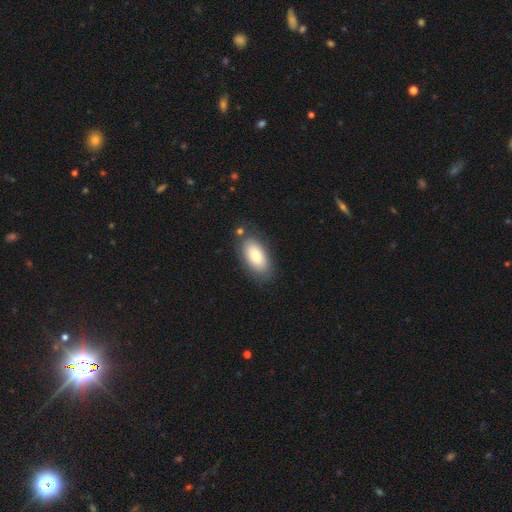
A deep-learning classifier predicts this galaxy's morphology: Smooth or featured? Predicted: smooth (p=0.81). How rounded? Predicted: in between (p=0.93). Merging? Predicted: none (p=0.77).